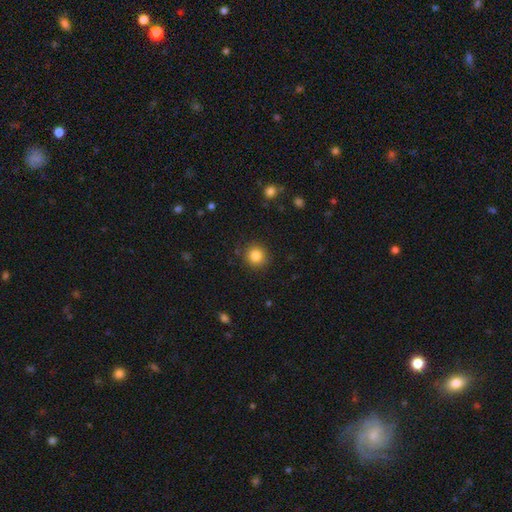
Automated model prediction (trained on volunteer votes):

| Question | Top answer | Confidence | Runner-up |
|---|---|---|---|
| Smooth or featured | smooth | 84% | star or artifact (11%) |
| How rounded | round | 92% | in between (7%) |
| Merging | none | 89% | minor disturbance (7%) |